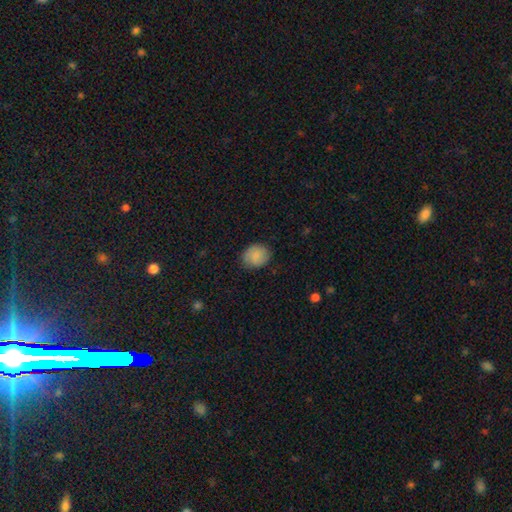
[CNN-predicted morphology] Q: Smooth or featured?
A: smooth (80%); runner-up: featured or disk (13%)
Q: How rounded?
A: round (60%); runner-up: in between (40%)
Q: Merging?
A: none (81%); runner-up: minor disturbance (15%)